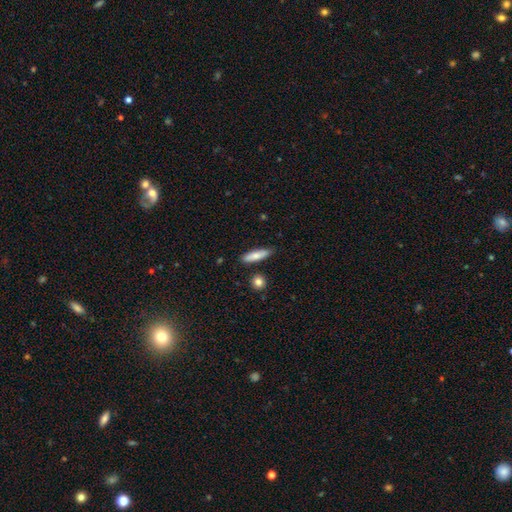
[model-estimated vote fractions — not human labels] Morphology: type=smooth (77%); roundness=cigar-shaped (71%); merging=none (84%).